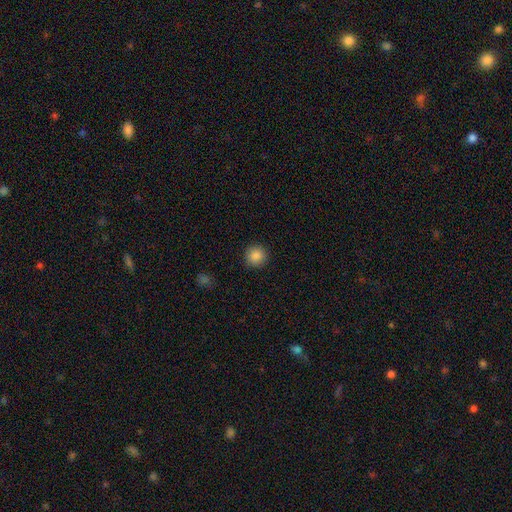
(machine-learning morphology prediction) smooth-or-featured: smooth: 87% | star or artifact: 10% | featured or disk: 3%
  how-rounded: round: 93% | in between: 6% | cigar-shaped: 1%
  merging: none: 91% | minor disturbance: 6% | major disturbance: 2% | merger: 1%